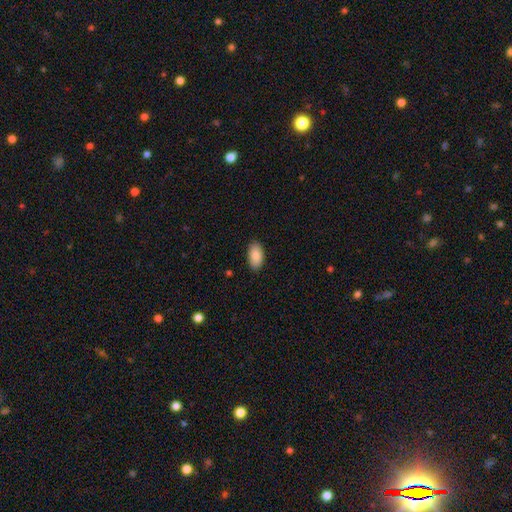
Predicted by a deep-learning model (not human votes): Smooth or featured?
  - smooth: 88% *
  - star or artifact: 6%
  - featured or disk: 6%
How rounded?
  - in between: 95% *
  - round: 3%
  - cigar-shaped: 2%
Merging?
  - none: 89% *
  - minor disturbance: 8%
  - major disturbance: 2%
  - merger: 1%